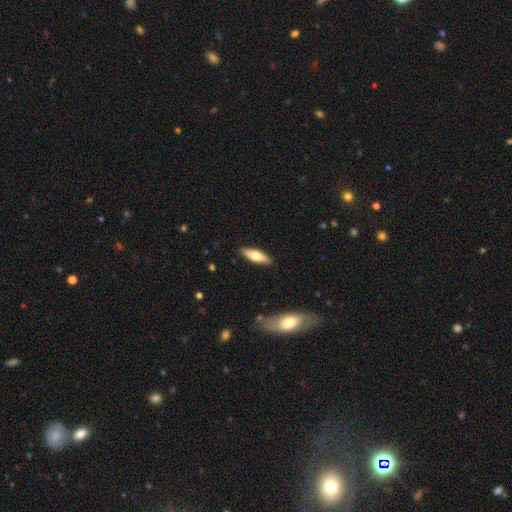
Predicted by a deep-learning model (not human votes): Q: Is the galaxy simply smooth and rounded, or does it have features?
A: smooth — 64%.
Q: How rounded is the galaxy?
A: cigar-shaped — 53%.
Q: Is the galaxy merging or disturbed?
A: none — 88%.